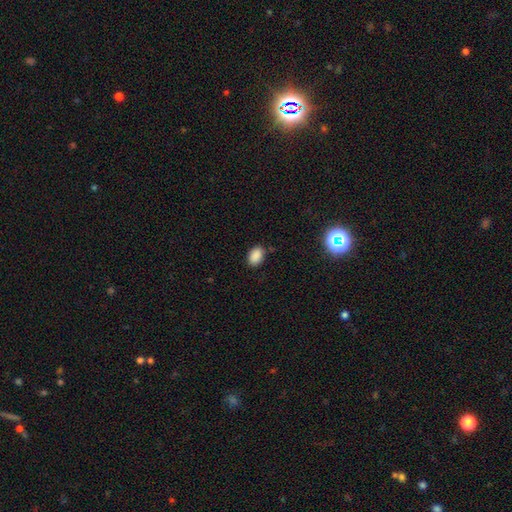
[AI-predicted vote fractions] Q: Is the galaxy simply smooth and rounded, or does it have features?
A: smooth — 88%.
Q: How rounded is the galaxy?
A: in between — 82%.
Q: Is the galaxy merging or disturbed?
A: none — 84%.